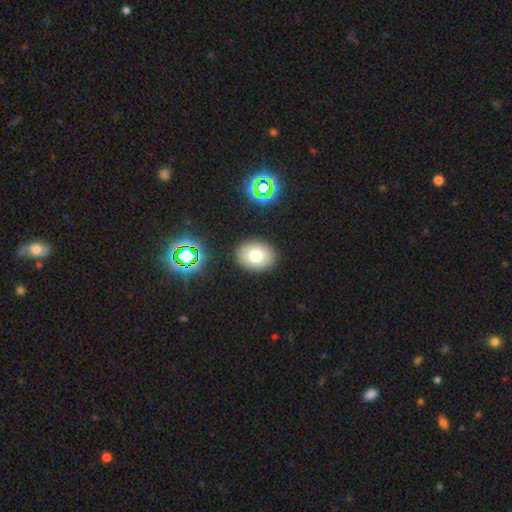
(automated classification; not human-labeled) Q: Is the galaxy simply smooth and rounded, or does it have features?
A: smooth — 74%.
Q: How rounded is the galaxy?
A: in between — 55%.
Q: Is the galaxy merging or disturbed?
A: none — 89%.